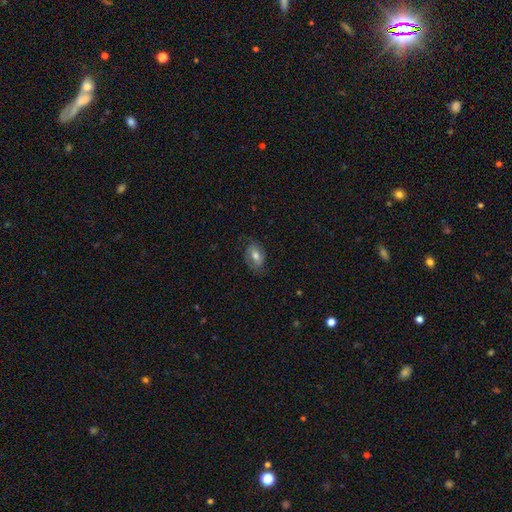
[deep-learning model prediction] Overall: smooth (60%; featured or disk 32%). How rounded: in between (85%). Merging: none (71%).